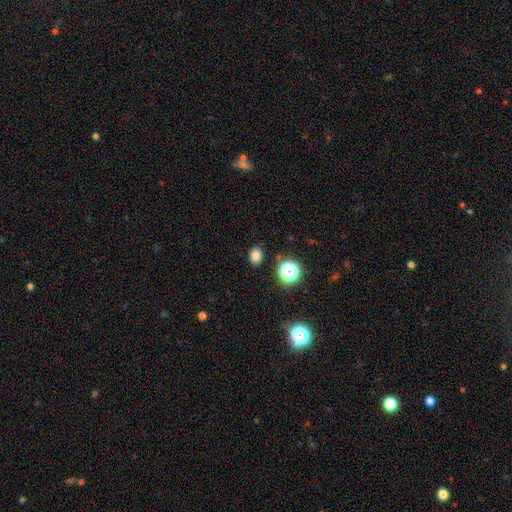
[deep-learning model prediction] Overall: smooth (79%). How rounded: in between (61%; round 38%). Merging: none (87%).